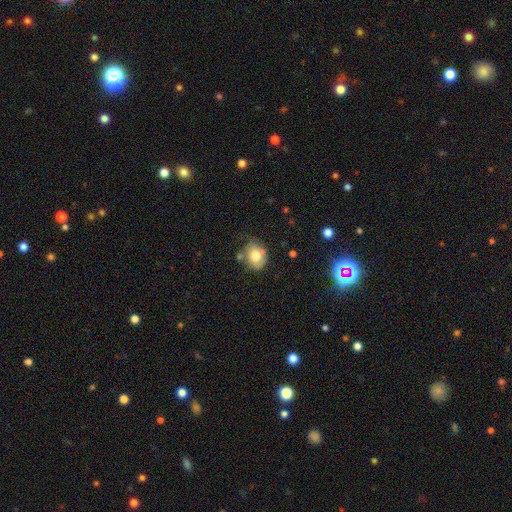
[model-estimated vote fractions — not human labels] Overall: smooth (73%). How rounded: round (53%; in between 46%). Merging: none (58%; minor disturbance 25%).